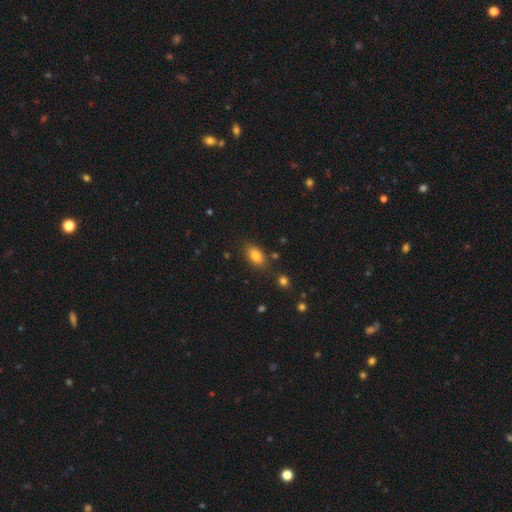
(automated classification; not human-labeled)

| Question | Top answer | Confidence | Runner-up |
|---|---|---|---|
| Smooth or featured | smooth | 83% | star or artifact (10%) |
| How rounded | in between | 85% | round (12%) |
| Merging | none | 78% | minor disturbance (13%) |